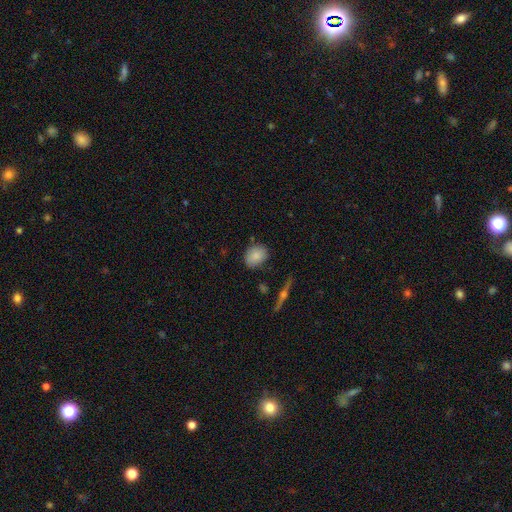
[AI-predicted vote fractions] This is clearly a smooth galaxy (83%). How rounded: possibly in between (50%). Merging: likely none (79%).